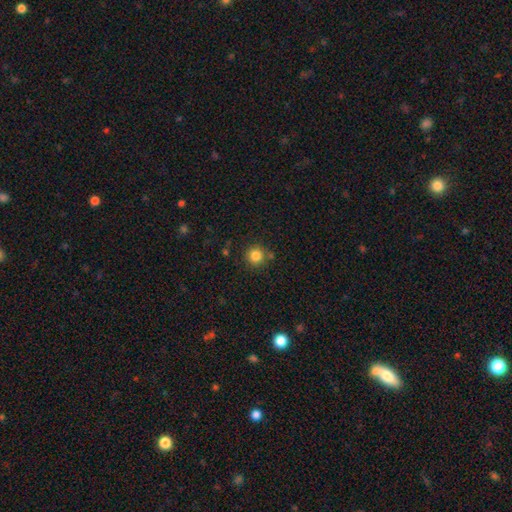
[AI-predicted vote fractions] Q: Smooth or featured?
A: smooth (84%); runner-up: star or artifact (12%)
Q: How rounded?
A: round (94%); runner-up: in between (5%)
Q: Merging?
A: none (83%); runner-up: minor disturbance (8%)